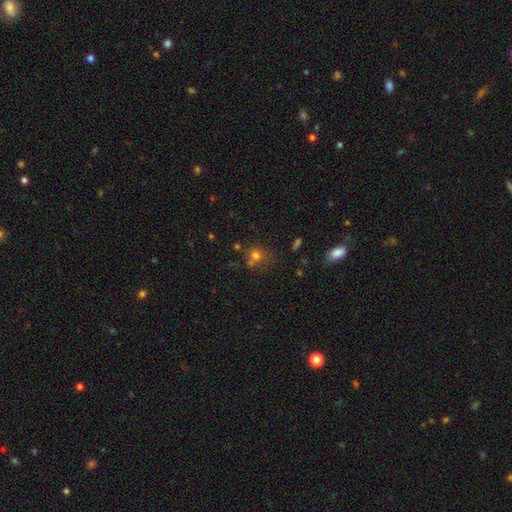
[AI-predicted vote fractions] smooth 71%, star or artifact 18%, featured or disk 11%. Down the decision tree: how rounded — round (80%); merging — none (56%).